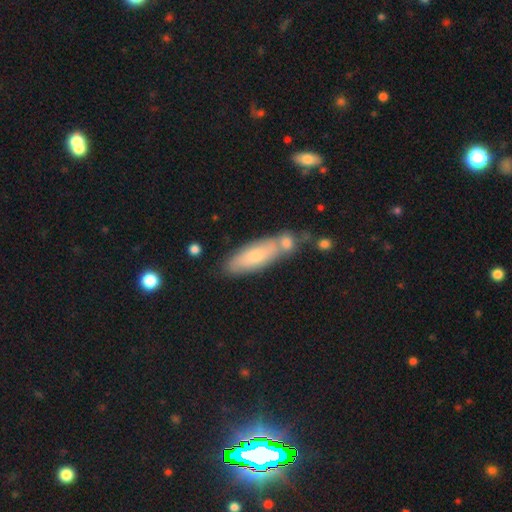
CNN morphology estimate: This is likely a smooth galaxy (69%). How rounded: likely in between (60%). Merging: possibly none (51%).